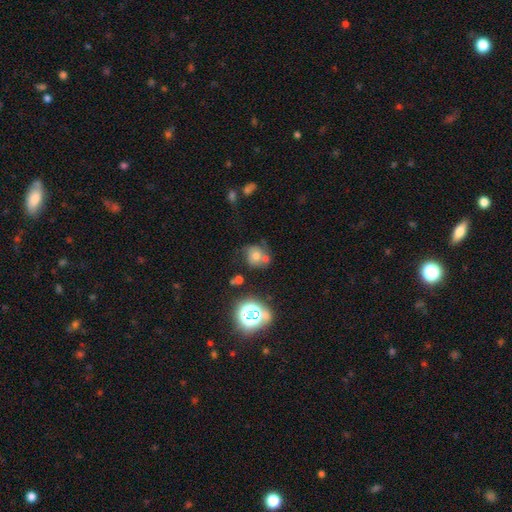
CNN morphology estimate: Smooth or featured? smooth (57%)
How rounded? round (74%)
Merging? none (45%)